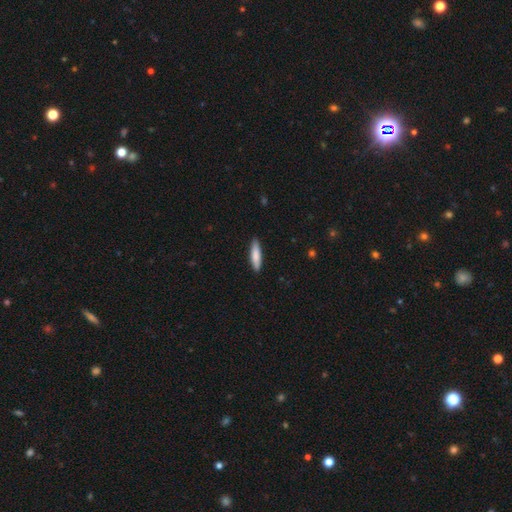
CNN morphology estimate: A smooth galaxy with no disk features (81%) that is cigar-shaped (76%).

Vote fractions:
- Smooth or featured? smooth: 81% / featured or disk: 14% / star or artifact: 5%
- How rounded? cigar-shaped: 76% / in between: 22% / round: 1%
- Merging? none: 89% / minor disturbance: 8% / major disturbance: 2% / merger: 1%